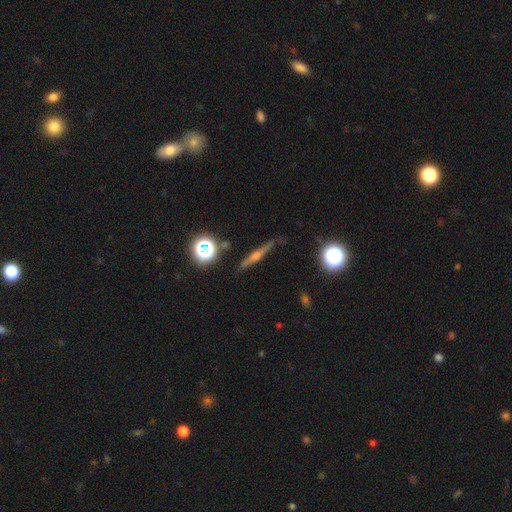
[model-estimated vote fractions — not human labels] Morphology: type=featured or disk (64%); edge-on=yes (96%); edge-on bulge=rounded (82%); merging=none (85%).